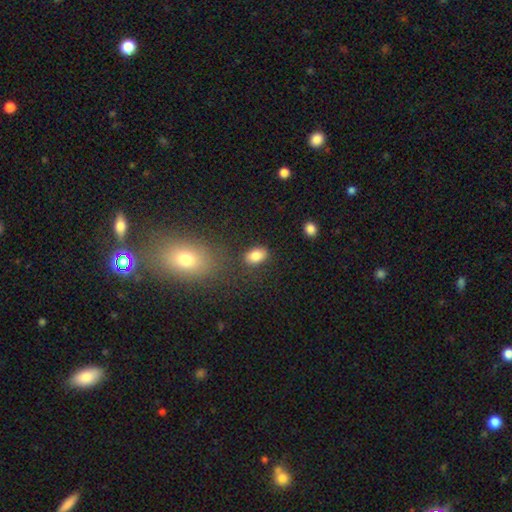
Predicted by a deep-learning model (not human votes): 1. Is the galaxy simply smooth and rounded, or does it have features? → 85% smooth, 9% star or artifact, 6% featured or disk.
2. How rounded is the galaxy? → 86% in between, 12% round, 2% cigar-shaped.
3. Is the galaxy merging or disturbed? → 81% none, 12% minor disturbance, 4% major disturbance, 4% merger.